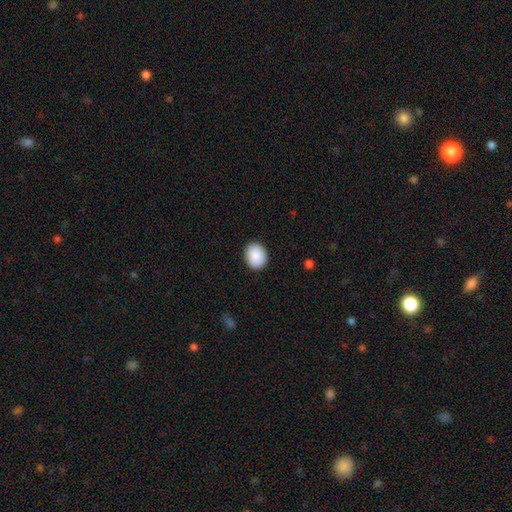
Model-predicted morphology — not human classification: smooth 89%, star or artifact 7%, featured or disk 4%. Down the decision tree: how rounded — round (51%); merging — none (89%).